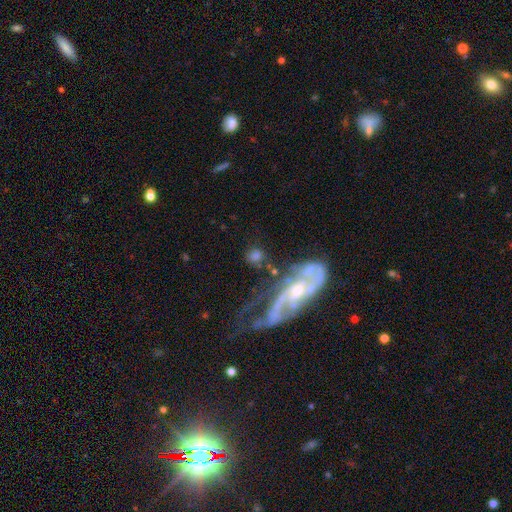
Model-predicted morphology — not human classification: Smooth or featured?
  - smooth: 53% *
  - featured or disk: 37%
  - star or artifact: 11%
How rounded?
  - round: 73% *
  - in between: 23%
  - cigar-shaped: 4%
Merging?
  - none: 65% *
  - minor disturbance: 15%
  - merger: 10%
  - major disturbance: 10%